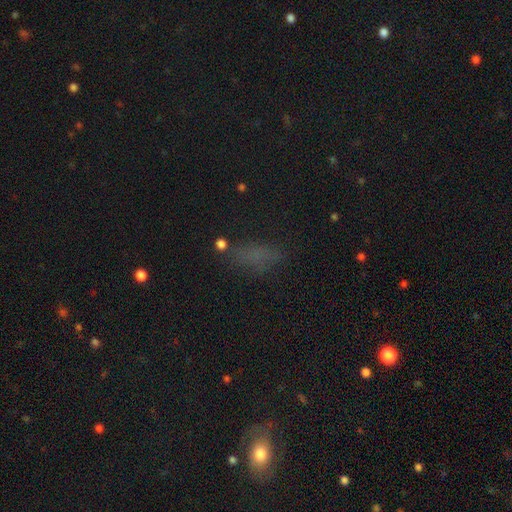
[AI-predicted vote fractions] smooth_or_featured: smooth (p=0.60) [alt: star or artifact p=0.29]
how_rounded: in between (p=0.69) [alt: cigar-shaped p=0.23]
merging: none (p=0.66) [alt: minor disturbance p=0.18]